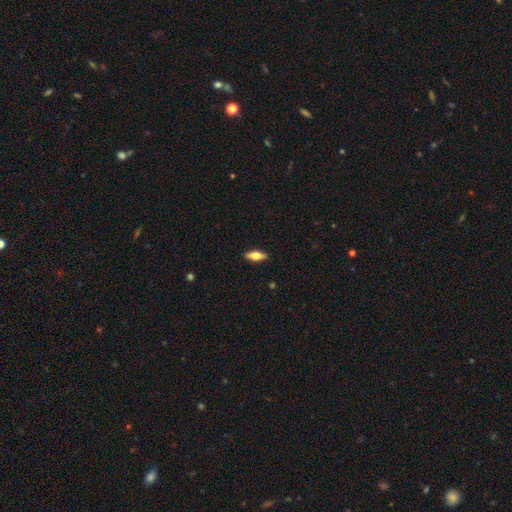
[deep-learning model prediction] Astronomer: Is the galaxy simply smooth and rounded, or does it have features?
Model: smooth — 52% (runner-up: featured or disk, 42%).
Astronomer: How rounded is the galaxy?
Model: in between — 64%.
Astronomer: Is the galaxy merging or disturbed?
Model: none — 90%.